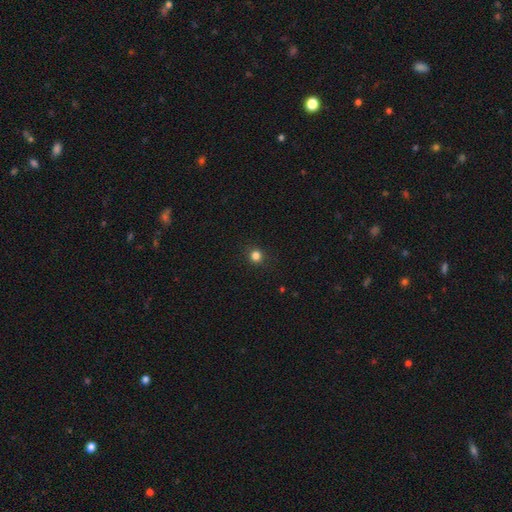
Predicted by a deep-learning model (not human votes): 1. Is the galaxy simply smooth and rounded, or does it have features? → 82% smooth, 14% star or artifact, 4% featured or disk.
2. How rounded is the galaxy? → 91% round, 8% in between, 1% cigar-shaped.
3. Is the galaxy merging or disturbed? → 91% none, 6% minor disturbance, 2% major disturbance, 1% merger.